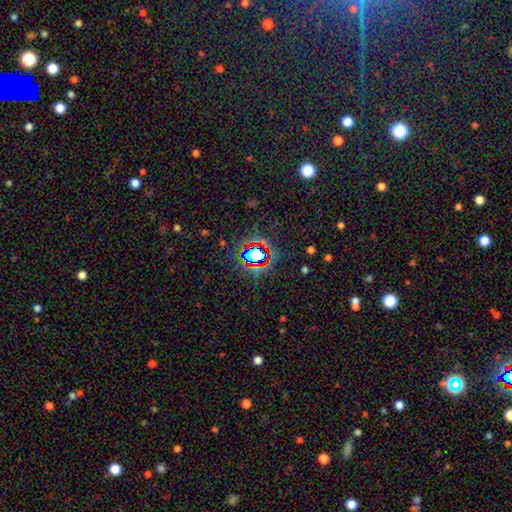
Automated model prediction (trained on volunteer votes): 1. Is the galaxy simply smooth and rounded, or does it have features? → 71% star or artifact, 18% smooth, 11% featured or disk.